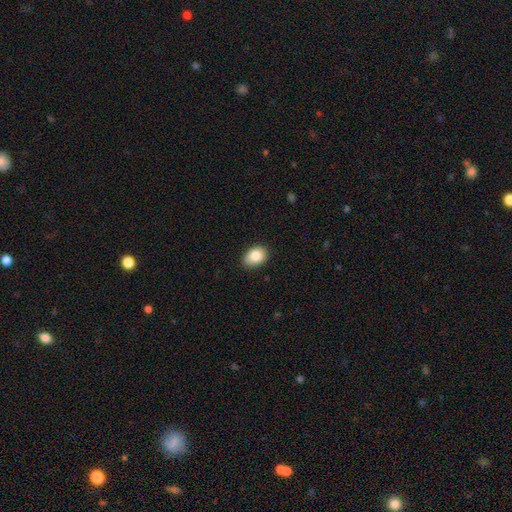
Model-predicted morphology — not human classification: Q: Smooth or featured?
A: smooth (86%); runner-up: star or artifact (8%)
Q: How rounded?
A: in between (81%); runner-up: round (18%)
Q: Merging?
A: none (86%); runner-up: minor disturbance (11%)